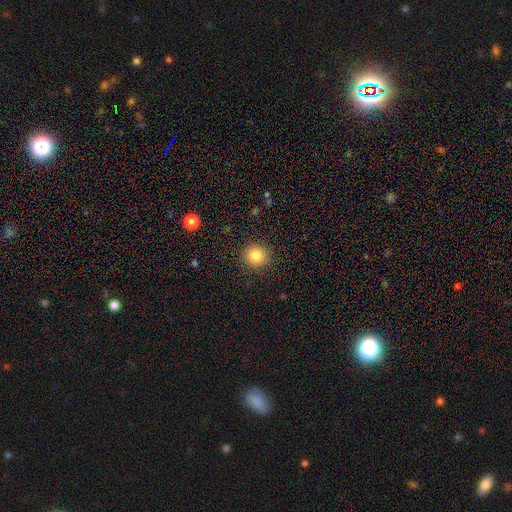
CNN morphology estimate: Smooth or featured? Predicted: smooth (p=0.84). How rounded? Predicted: round (p=0.90). Merging? Predicted: none (p=0.89).